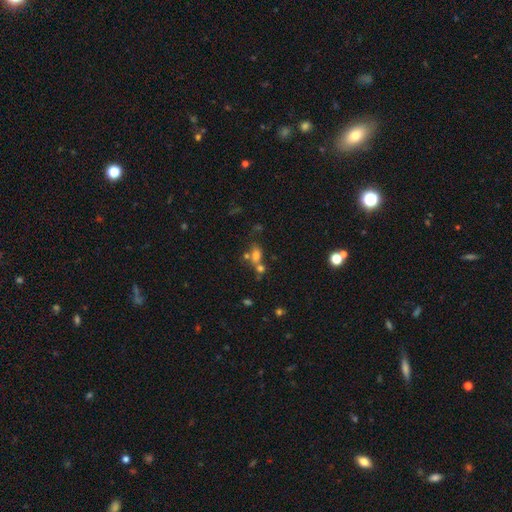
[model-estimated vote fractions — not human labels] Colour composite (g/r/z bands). It shows a smooth galaxy with no disk features (67%) that is in between round and cigar-shaped (65%). Merging: merger (46%).